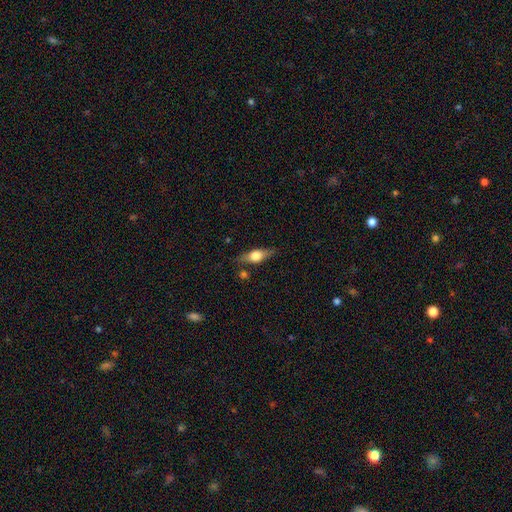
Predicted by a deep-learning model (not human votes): The model was most divided on "smooth or featured": featured or disk: 47%, smooth: 46%, star or artifact: 7%. More confident: merging — none (78%).